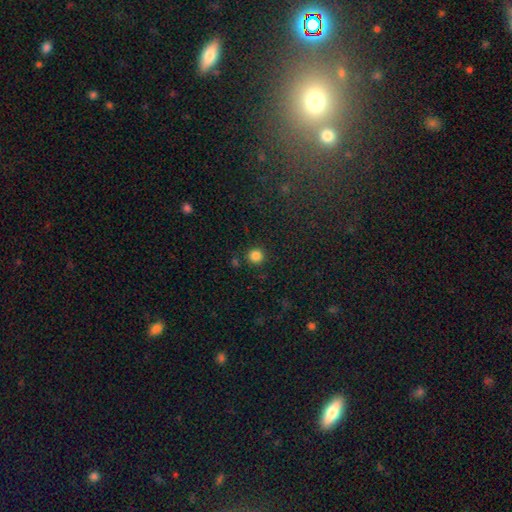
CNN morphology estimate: smooth-or-featured: smooth: 84% | star or artifact: 12% | featured or disk: 4%
  how-rounded: round: 95% | in between: 4% | cigar-shaped: 1%
  merging: none: 89% | minor disturbance: 6% | merger: 3% | major disturbance: 2%